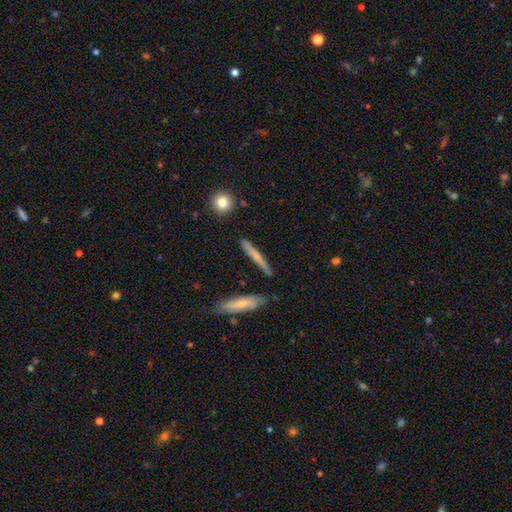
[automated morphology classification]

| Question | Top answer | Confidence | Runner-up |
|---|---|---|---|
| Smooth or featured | featured or disk | 49% | smooth (44%) |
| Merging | none | 84% | minor disturbance (10%) |